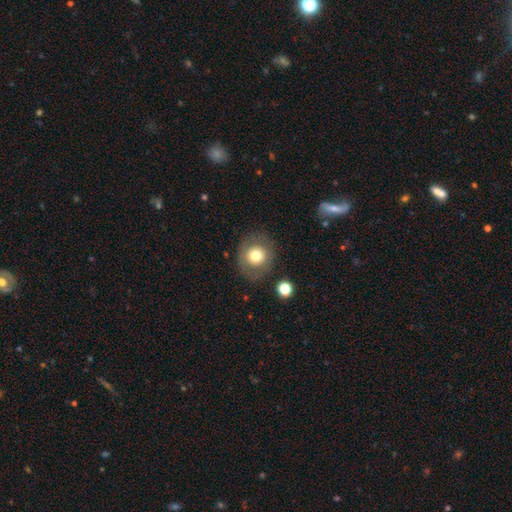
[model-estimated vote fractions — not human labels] smooth 69%, featured or disk 21%, star or artifact 9%. Down the decision tree: how rounded — round (84%); merging — none (83%).